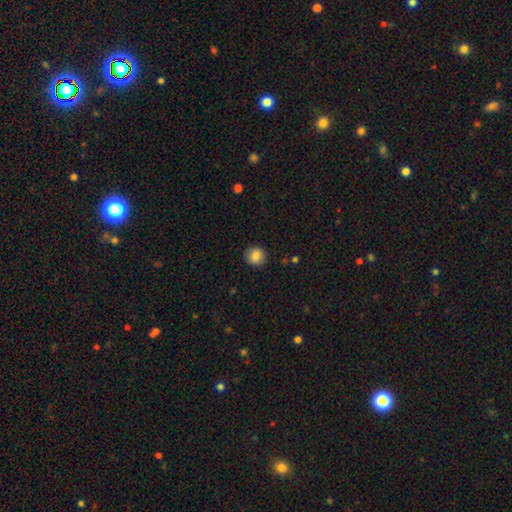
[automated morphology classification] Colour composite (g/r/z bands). It shows a smooth galaxy with no disk features (85%) that is round (89%). Merging: none (90%).